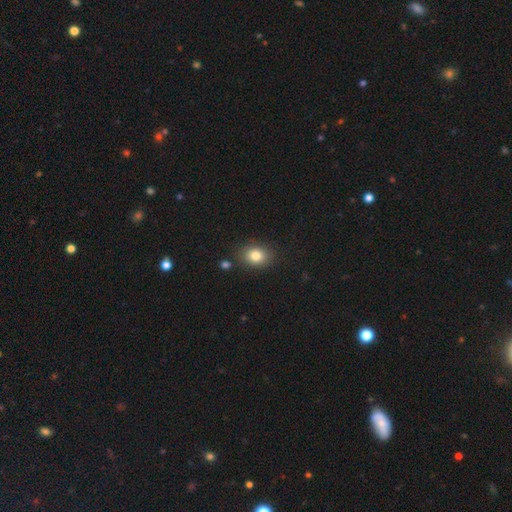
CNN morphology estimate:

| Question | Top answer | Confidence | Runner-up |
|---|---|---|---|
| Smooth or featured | smooth | 82% | star or artifact (10%) |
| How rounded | in between | 59% | round (40%) |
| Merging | none | 82% | minor disturbance (11%) |